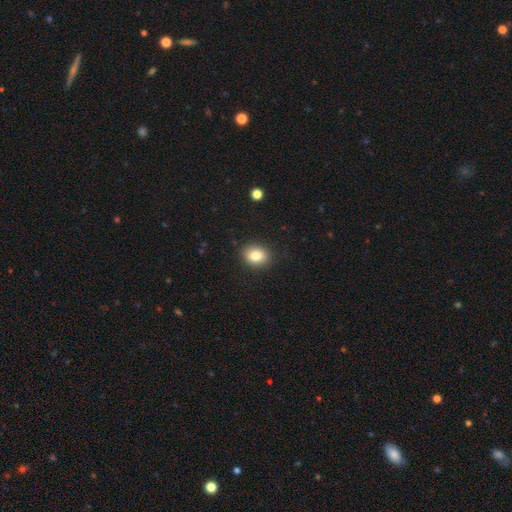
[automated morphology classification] A smooth galaxy with no disk features (83%) that is in between round and cigar-shaped (52%).

Vote fractions:
- Smooth or featured? smooth: 83% / star or artifact: 10% / featured or disk: 7%
- How rounded? in between: 52% / round: 47% / cigar-shaped: 1%
- Merging? none: 87% / minor disturbance: 9% / major disturbance: 3% / merger: 1%